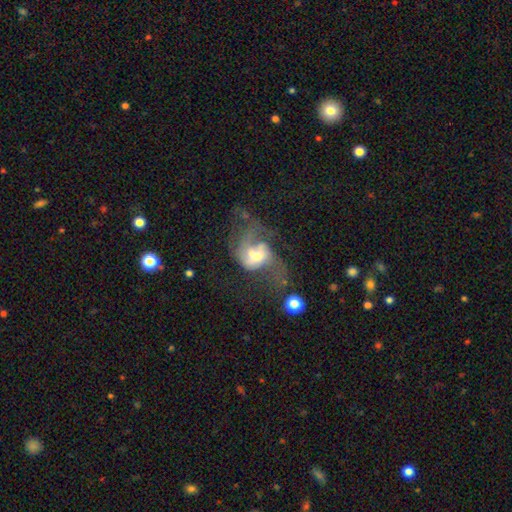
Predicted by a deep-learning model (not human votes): smooth-or-featured: featured or disk: 72% | smooth: 19% | star or artifact: 9%
  disk-edge-on: no: 98% | yes: 2%
    bar: no: 54% | weak: 36% | strong: 10%
    has-spiral-arms: yes: 75% | no: 25%
      spiral-winding: loose: 55% | medium: 35% | tight: 10%
      spiral-arm-count: 2: 51% | can't tell: 18% | 1: 14% | 3: 10% | 4: 3% | more than 4: 3%
    bulge-size: moderate: 45% | small: 27% | large: 17% | none: 9% | dominant: 3%
  merging: major disturbance: 42% | merger: 23% | none: 22% | minor disturbance: 12%